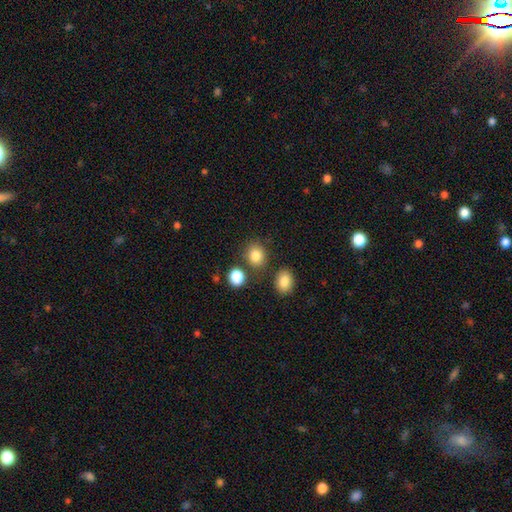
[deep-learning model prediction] Q: Smooth or featured?
A: smooth (83%); runner-up: star or artifact (11%)
Q: How rounded?
A: round (66%); runner-up: in between (33%)
Q: Merging?
A: none (78%); runner-up: minor disturbance (10%)